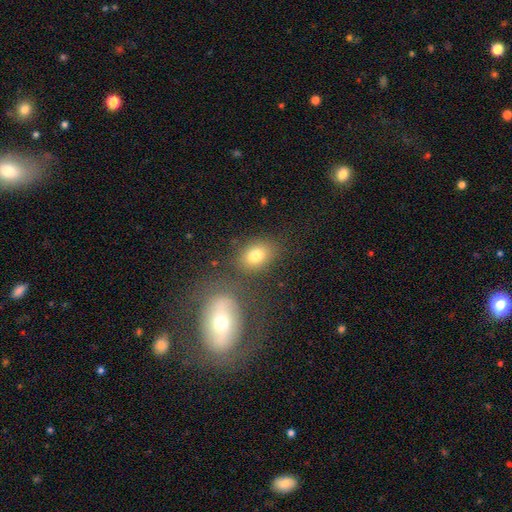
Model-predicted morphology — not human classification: Q: Smooth or featured?
A: smooth (77%); runner-up: star or artifact (12%)
Q: How rounded?
A: in between (63%); runner-up: round (35%)
Q: Merging?
A: none (72%); runner-up: minor disturbance (12%)